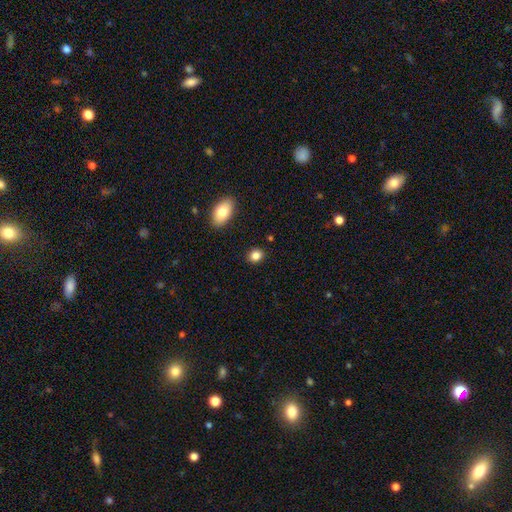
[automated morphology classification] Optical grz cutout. It shows a smooth galaxy with no disk features (84%) that is round (57%). Merging: none (88%).